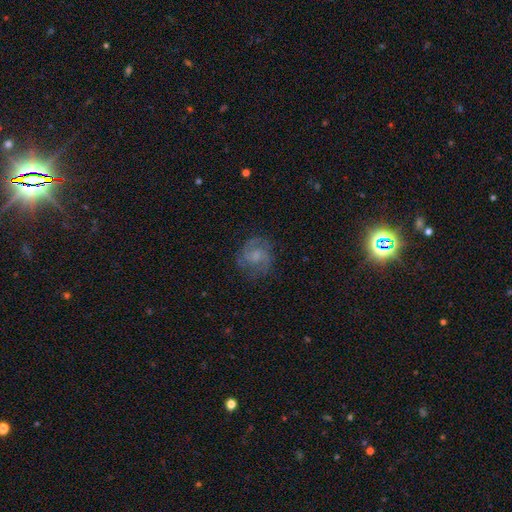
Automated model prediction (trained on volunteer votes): featured or disk 72%, smooth 19%, star or artifact 9%. Down the decision tree: edge-on disk — no (98%); bar — no (53%); spiral arms — yes (94%); spiral arm count — 2 (70%); spiral winding — medium (49%); bulge size — small (35%); merging — none (75%).